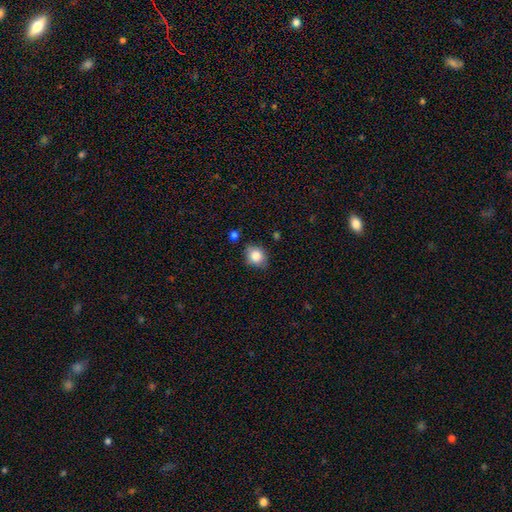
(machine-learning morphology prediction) smooth_or_featured: smooth (p=0.83) [alt: star or artifact p=0.09]
how_rounded: round (p=0.65) [alt: in between p=0.34]
merging: none (p=0.76) [alt: minor disturbance p=0.17]